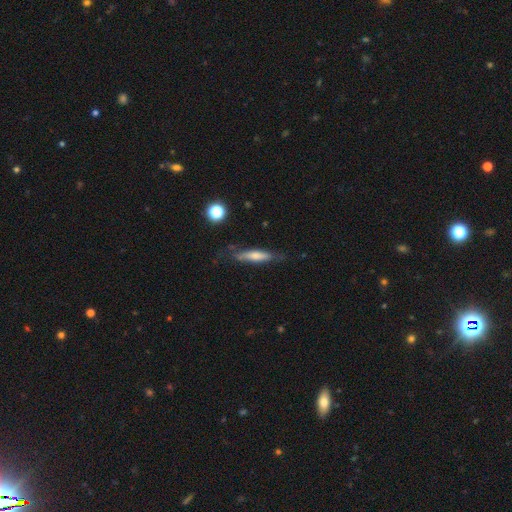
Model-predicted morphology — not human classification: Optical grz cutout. It shows a smooth galaxy with no disk features (59%) that is cigar-shaped (81%). Merging: none (70%).